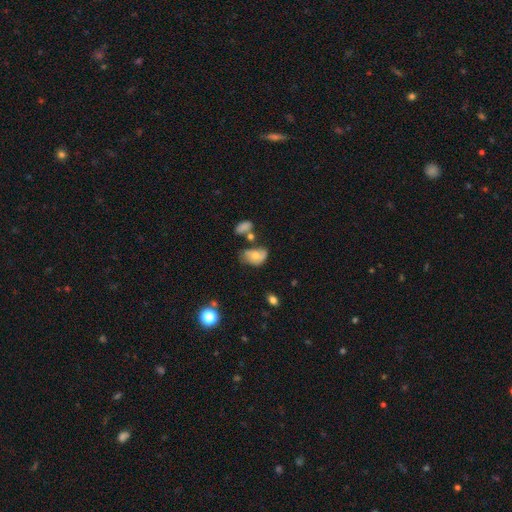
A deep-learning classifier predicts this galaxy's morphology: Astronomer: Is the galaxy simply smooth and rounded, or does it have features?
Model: smooth — 62%.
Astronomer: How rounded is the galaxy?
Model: in between — 81%.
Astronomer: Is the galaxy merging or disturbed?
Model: none — 38% (runner-up: minor disturbance, 34%).